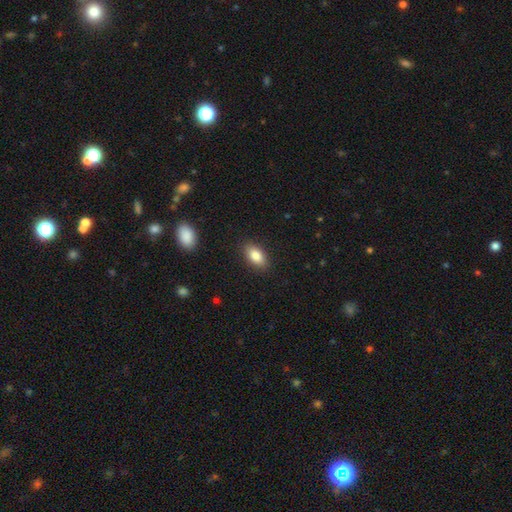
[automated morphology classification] This appears to be a smooth galaxy with no disk features (84%) that is in between round and cigar-shaped (90%). Merging: none (88%).